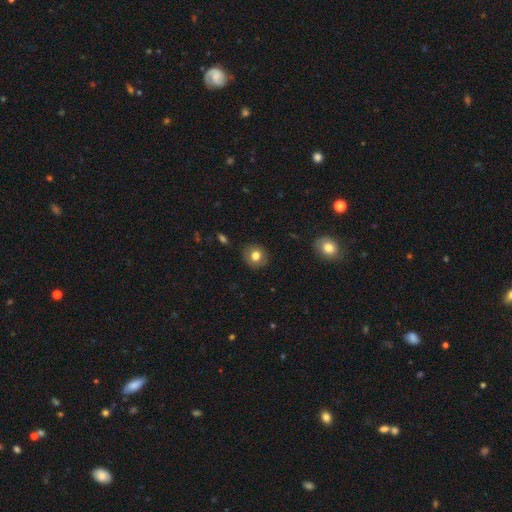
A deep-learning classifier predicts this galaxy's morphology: This appears to be a smooth galaxy with no disk features (76%) that is round (85%). Merging: none (87%).